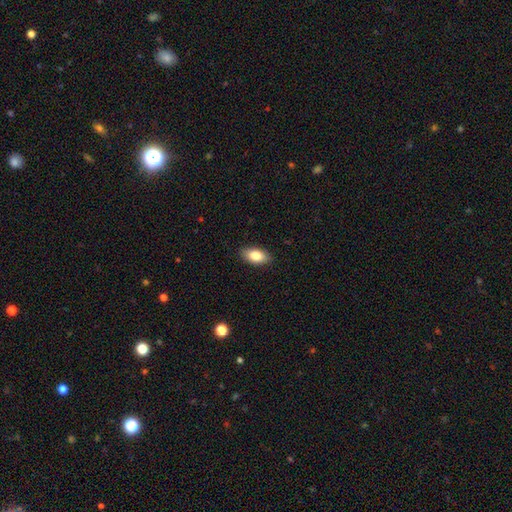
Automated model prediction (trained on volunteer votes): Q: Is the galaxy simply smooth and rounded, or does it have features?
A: smooth — 84%.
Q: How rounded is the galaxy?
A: in between — 92%.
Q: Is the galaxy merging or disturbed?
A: none — 88%.